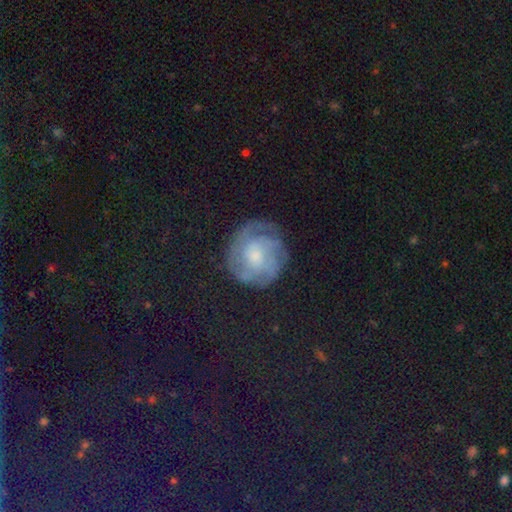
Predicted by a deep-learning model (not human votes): Q: Smooth or featured?
A: featured or disk (60%); runner-up: smooth (27%)
Q: Edge-on disk?
A: no (97%); runner-up: yes (3%)
Q: Bar?
A: no (73%); runner-up: weak (23%)
Q: Spiral arms?
A: yes (83%); runner-up: no (17%)
Q: Bulge size?
A: moderate (43%); runner-up: small (40%)
Q: Merging?
A: none (73%); runner-up: minor disturbance (17%)